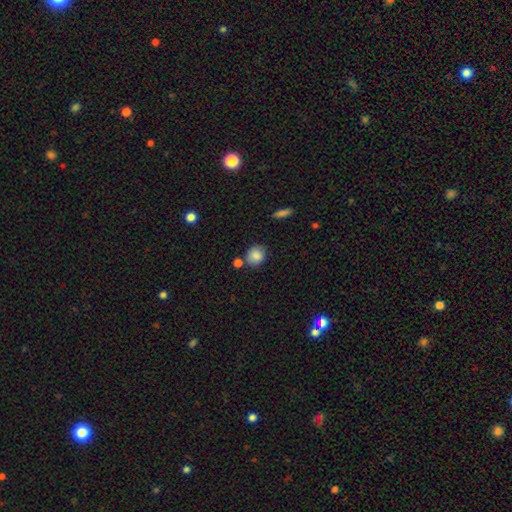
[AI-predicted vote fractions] A smooth galaxy with no disk features (86%) that is round (75%). Merging: none (70%).